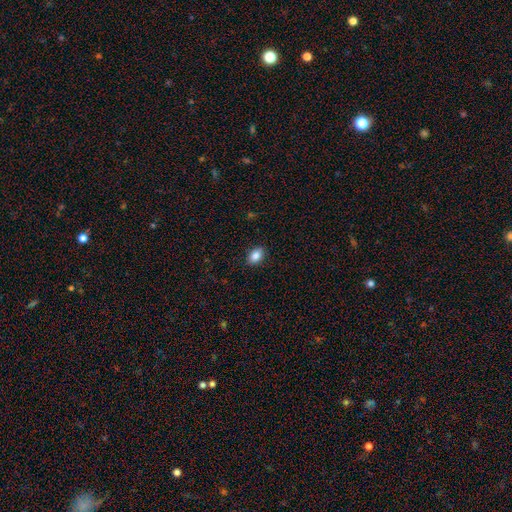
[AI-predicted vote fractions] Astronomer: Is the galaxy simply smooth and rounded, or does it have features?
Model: smooth — 86%.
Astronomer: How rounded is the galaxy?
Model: in between — 82%.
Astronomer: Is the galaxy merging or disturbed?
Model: none — 88%.